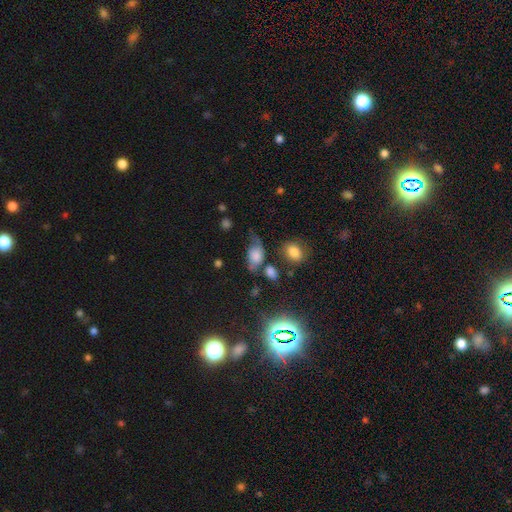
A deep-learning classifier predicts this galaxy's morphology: smooth-or-featured: smooth: 55% | featured or disk: 29% | star or artifact: 15%
  how-rounded: in between: 78% | round: 19% | cigar-shaped: 3%
  merging: none: 36% | minor disturbance: 30% | major disturbance: 24% | merger: 9%